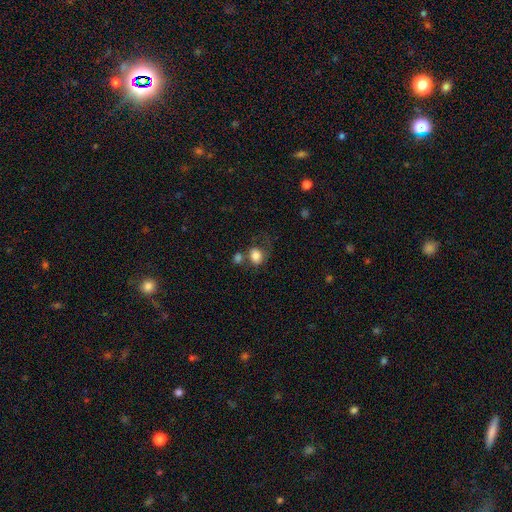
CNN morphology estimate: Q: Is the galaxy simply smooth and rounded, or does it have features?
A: smooth — 79%.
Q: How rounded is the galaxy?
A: round — 57%.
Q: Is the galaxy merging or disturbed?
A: none — 37%.